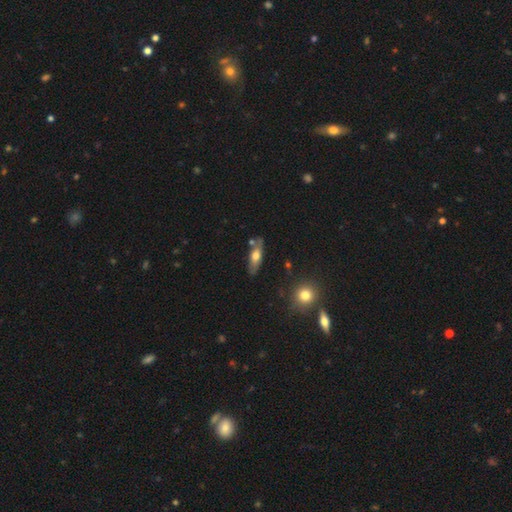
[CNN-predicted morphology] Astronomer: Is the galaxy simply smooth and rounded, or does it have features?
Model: smooth — 54% (runner-up: featured or disk, 39%).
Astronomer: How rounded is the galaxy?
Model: in between — 62%.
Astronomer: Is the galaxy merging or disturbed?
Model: none — 73%.